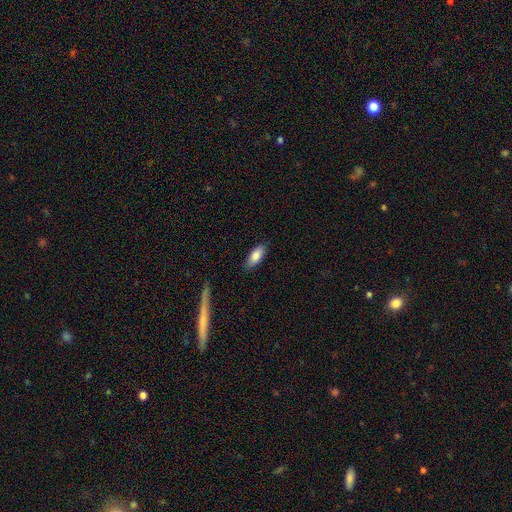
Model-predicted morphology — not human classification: This is clearly a smooth galaxy (84%). How rounded: clearly in between (82%). Merging: clearly none (84%).